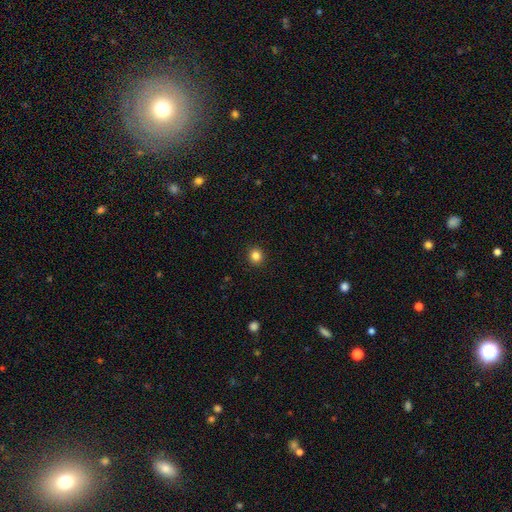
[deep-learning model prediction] A smooth galaxy with no disk features (84%) that is round (90%).

Vote fractions:
- Smooth or featured? smooth: 84% / star or artifact: 12% / featured or disk: 4%
- How rounded? round: 90% / in between: 9% / cigar-shaped: 1%
- Merging? none: 93% / minor disturbance: 5% / major disturbance: 2% / merger: 1%